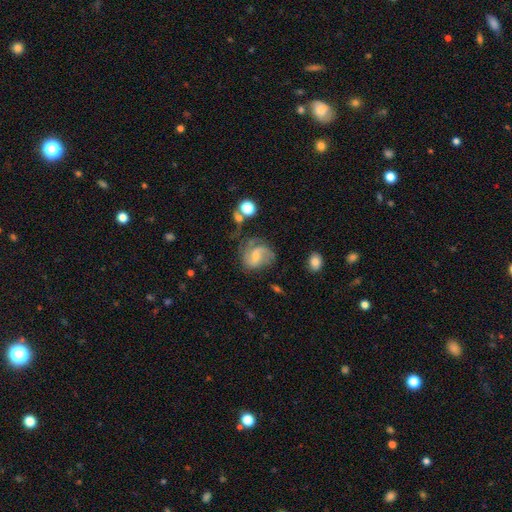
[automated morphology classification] Smooth or featured: featured or disk — 74% (smooth — 18%)
Edge-on disk: no — 98% (yes — 2%)
Bar: weak — 53% (no — 32%)
Spiral arms: yes — 92% (no — 8%)
Spiral winding: medium — 47% (loose — 33%)
Spiral arm count: 2 — 69% (can't tell — 11%)
Bulge size: small — 50% (moderate — 35%)
Merging: none — 50% (minor disturbance — 24%)